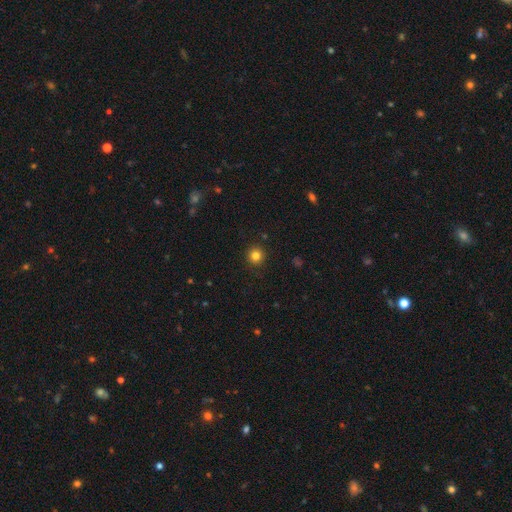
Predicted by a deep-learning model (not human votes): Smooth or featured: smooth — 82% (star or artifact — 13%)
How rounded: round — 95% (in between — 4%)
Merging: none — 92% (minor disturbance — 5%)